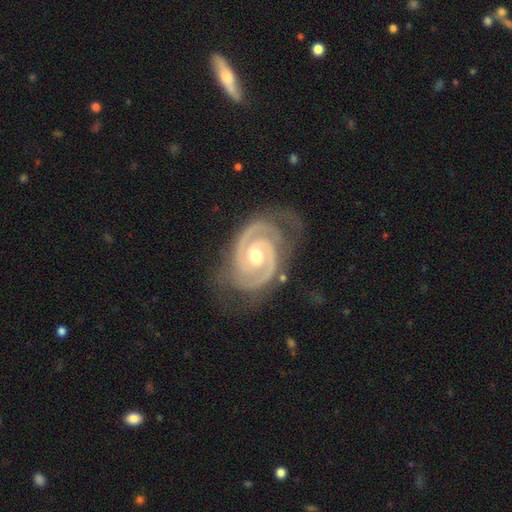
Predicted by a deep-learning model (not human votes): Smooth or featured? featured or disk (93%)
Edge-on disk? no (98%)
Bar? no (55%)
Spiral arms? yes (99%)
Spiral winding? tight (70%)
Spiral arm count? 2 (90%)
Bulge size? moderate (73%)
Merging? none (74%)